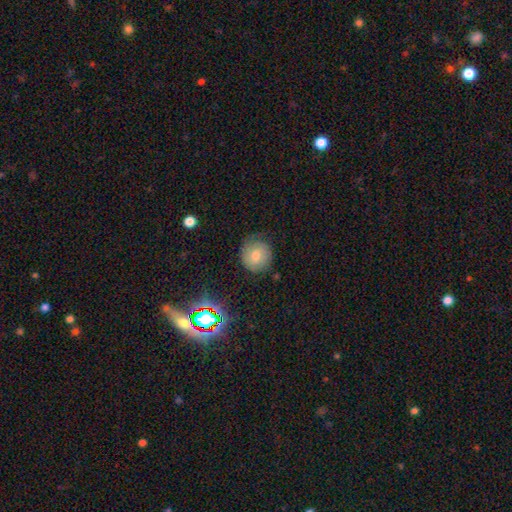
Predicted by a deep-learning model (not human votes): Smooth or featured? Predicted: smooth (p=0.56). How rounded? Predicted: round (p=0.90). Merging? Predicted: none (p=0.75).